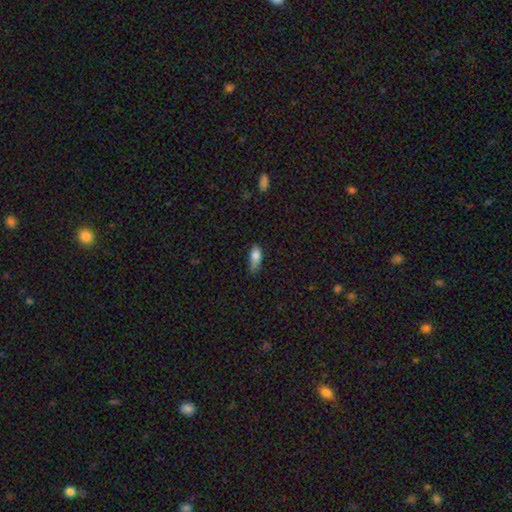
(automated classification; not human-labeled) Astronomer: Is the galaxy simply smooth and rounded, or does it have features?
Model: smooth — 81%.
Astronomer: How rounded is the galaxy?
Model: in between — 80%.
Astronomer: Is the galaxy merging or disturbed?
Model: minor disturbance — 43% (runner-up: none, 39%).